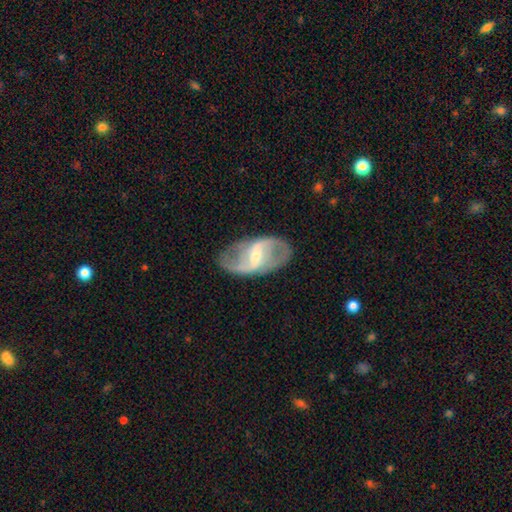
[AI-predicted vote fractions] Smooth or featured: featured or disk — 85% (smooth — 10%)
Edge-on disk: no — 95% (yes — 5%)
Bar: strong — 50% (weak — 38%)
Spiral arms: yes — 89% (no — 11%)
Spiral winding: loose — 47% (medium — 40%)
Spiral arm count: 2 — 89% (can't tell — 6%)
Bulge size: small — 61% (moderate — 33%)
Merging: none — 79% (minor disturbance — 13%)